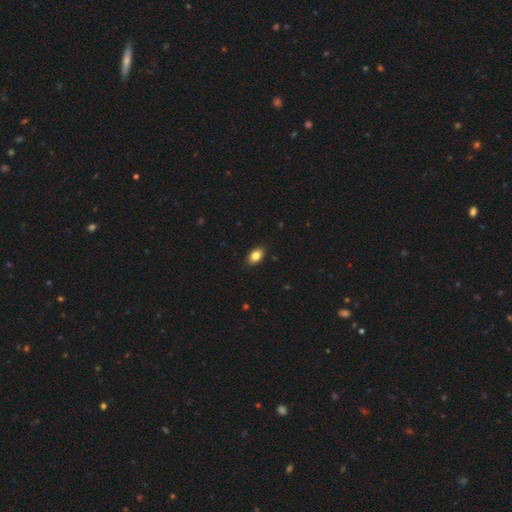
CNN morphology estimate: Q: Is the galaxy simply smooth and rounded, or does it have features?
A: smooth — 84%.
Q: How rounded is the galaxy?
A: in between — 85%.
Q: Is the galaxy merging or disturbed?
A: none — 89%.